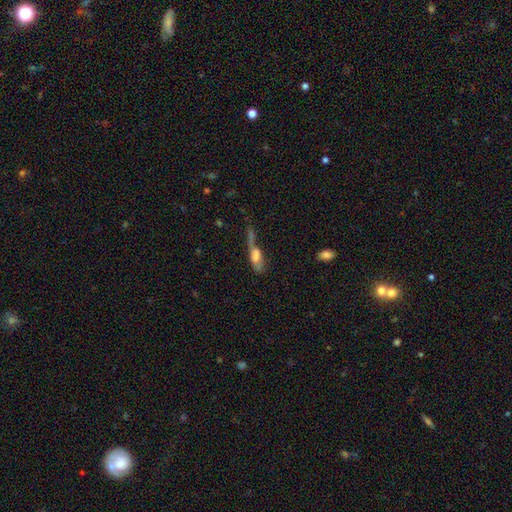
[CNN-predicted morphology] Overall: smooth (63%; featured or disk 27%). How rounded: in between (63%; cigar-shaped 32%). Merging: major disturbance (32%, tied with merger).